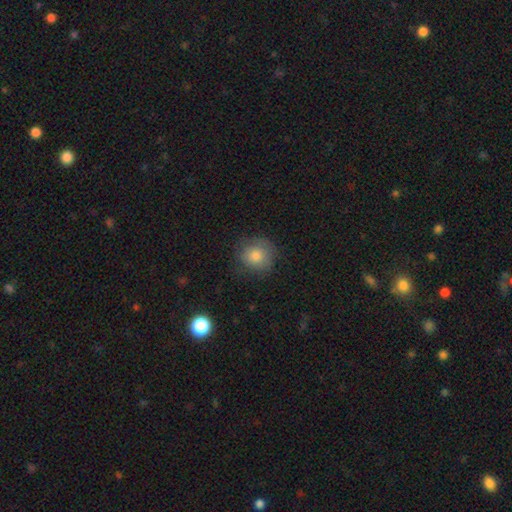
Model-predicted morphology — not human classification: This is likely a smooth galaxy (80%). How rounded: clearly round (87%). Merging: likely none (77%).